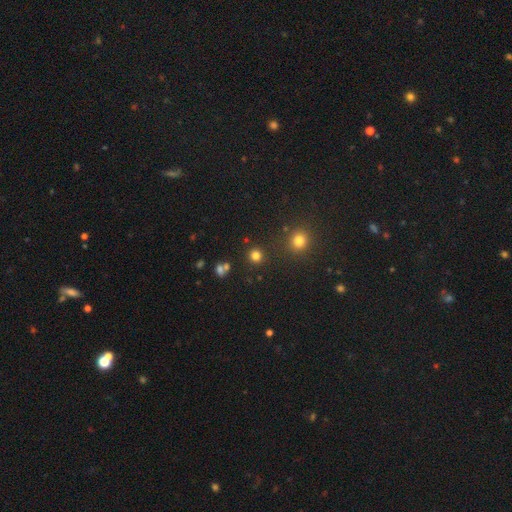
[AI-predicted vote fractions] Overall: smooth (78%). How rounded: round (93%). Merging: none (86%).